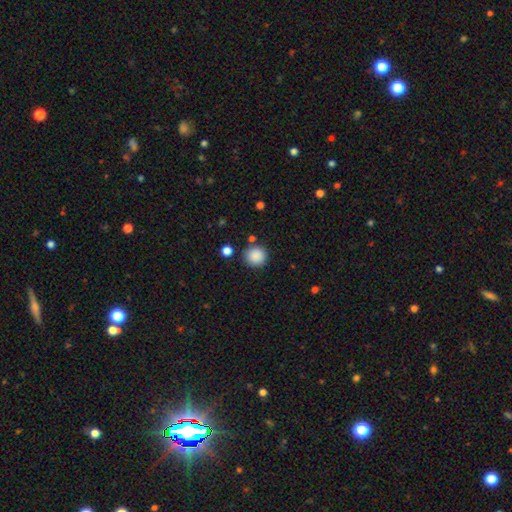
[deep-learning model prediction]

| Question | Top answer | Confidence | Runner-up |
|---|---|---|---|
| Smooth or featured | smooth | 88% | star or artifact (9%) |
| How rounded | round | 92% | in between (7%) |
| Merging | none | 86% | minor disturbance (8%) |